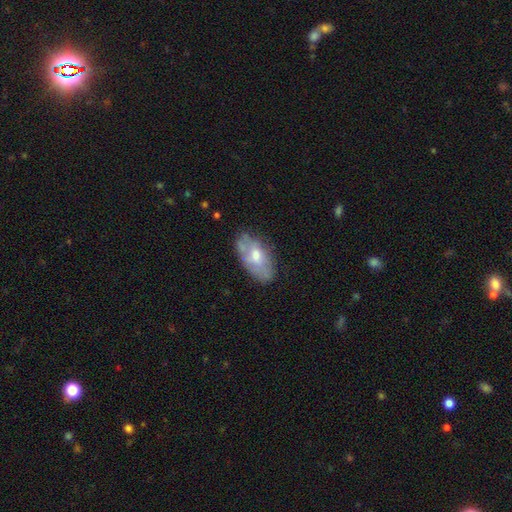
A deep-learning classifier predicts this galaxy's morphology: Q: Smooth or featured?
A: smooth (51%); runner-up: featured or disk (42%)
Q: How rounded?
A: in between (93%); runner-up: round (4%)
Q: Merging?
A: none (62%); runner-up: minor disturbance (27%)